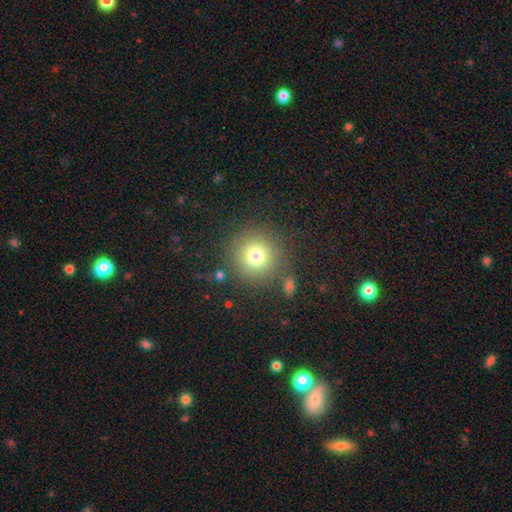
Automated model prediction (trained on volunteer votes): smooth 76%, star or artifact 14%, featured or disk 10%. Down the decision tree: how rounded — round (95%); merging — none (83%).